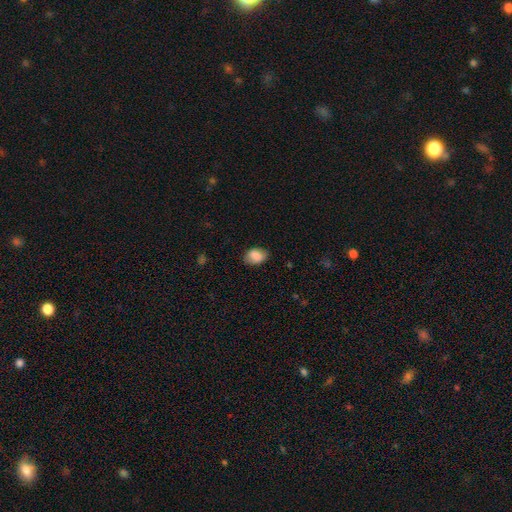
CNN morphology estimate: This appears to be a smooth galaxy with no disk features (85%) that is in between round and cigar-shaped (78%). Merging: none (77%).